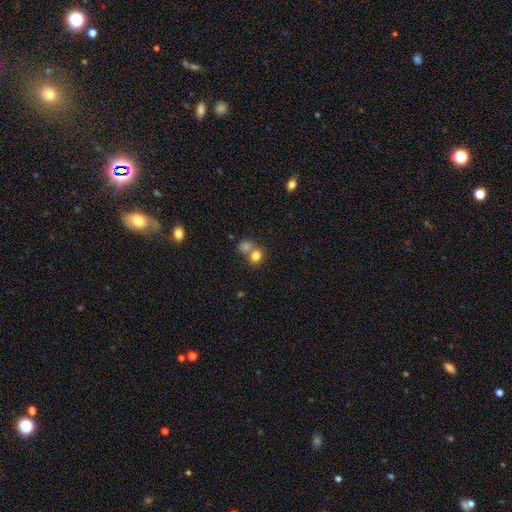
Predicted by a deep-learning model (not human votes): Morphology: type=smooth (79%); roundness=round (75%); merging=merger (46%).